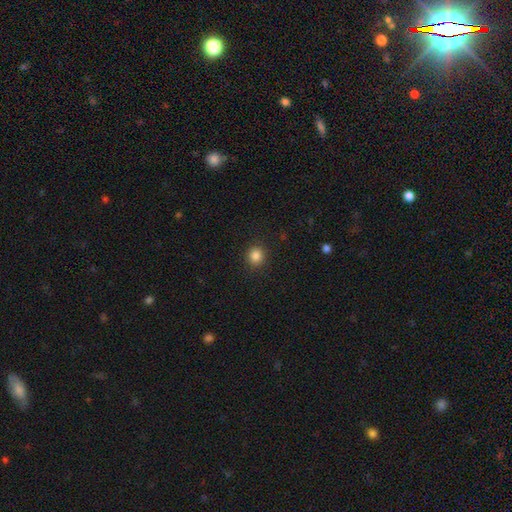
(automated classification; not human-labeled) This appears to be a smooth galaxy with no disk features (85%) that is round (87%). Merging: none (91%).